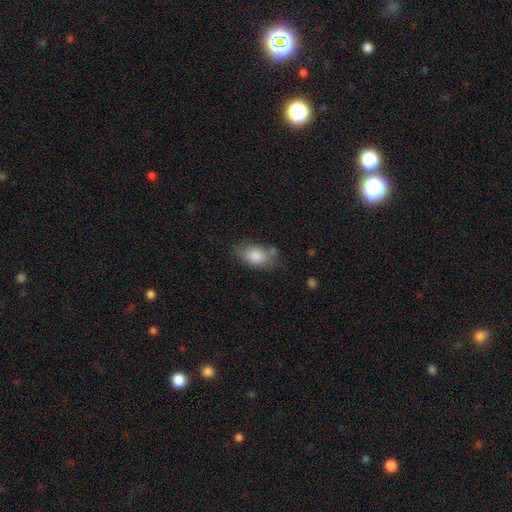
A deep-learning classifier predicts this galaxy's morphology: This is clearly a smooth galaxy (84%). How rounded: clearly in between (89%). Merging: likely none (63%).